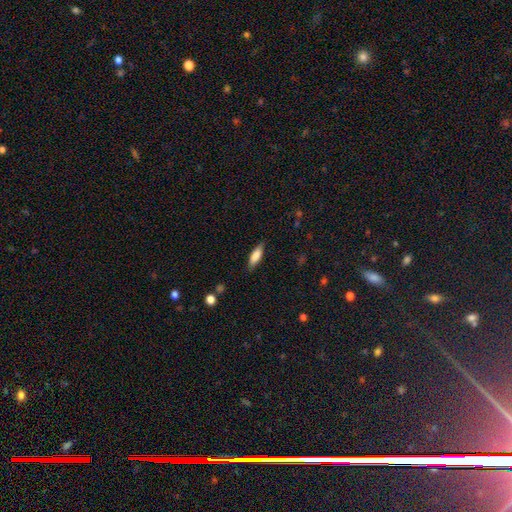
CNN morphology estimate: This appears to be a smooth galaxy with no disk features (80%) that is in between round and cigar-shaped (53%). Merging: none (84%).